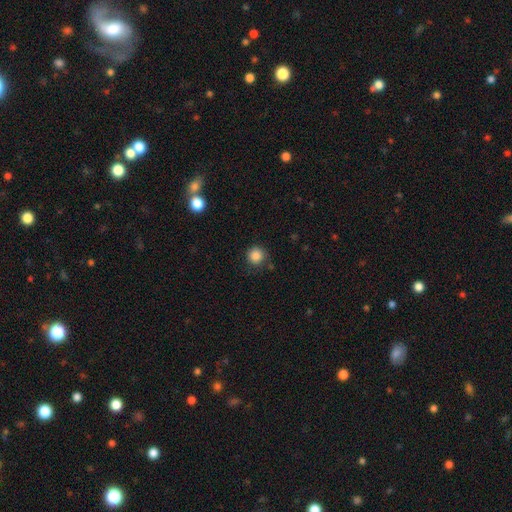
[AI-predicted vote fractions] The model was most divided on "merging": none: 82%, minor disturbance: 12%, major disturbance: 4%, merger: 2%. More confident: how rounded — round (94%); smooth or featured — smooth (86%).